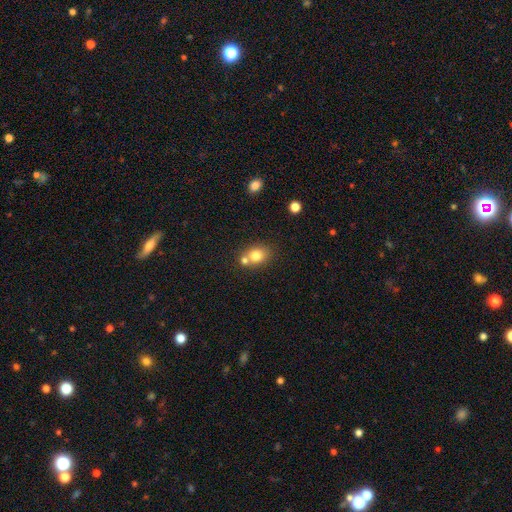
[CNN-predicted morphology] smooth_or_featured: smooth (p=0.78) [alt: featured or disk p=0.11]
how_rounded: round (p=0.52) [alt: in between p=0.47]
merging: none (p=0.53) [alt: merger p=0.34]